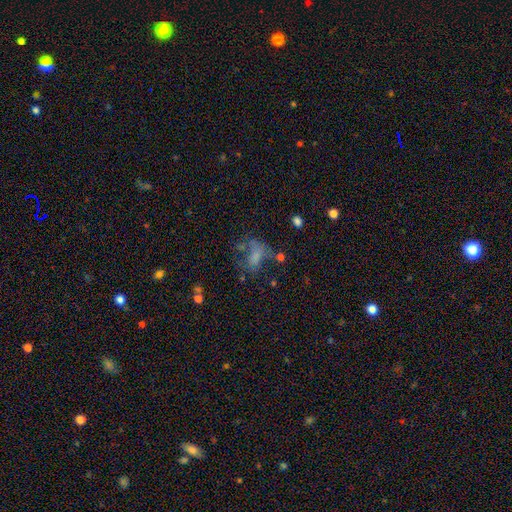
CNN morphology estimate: Smooth or featured?
  - smooth: 48% *
  - featured or disk: 33%
  - star or artifact: 19%
Merging?
  - major disturbance: 39% *
  - none: 30%
  - minor disturbance: 20%
  - merger: 11%